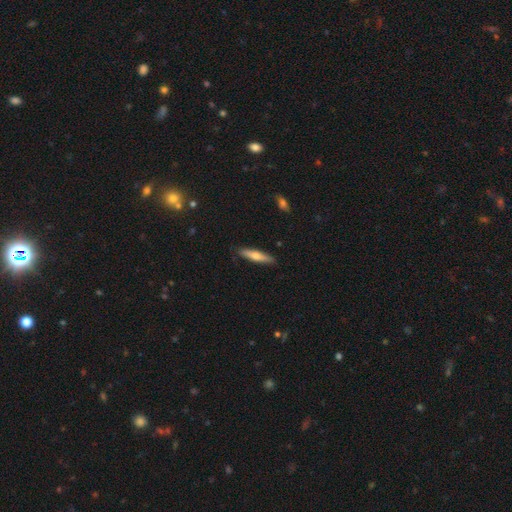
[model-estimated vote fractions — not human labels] smooth_or_featured: smooth (p=0.61) [alt: featured or disk p=0.33]
how_rounded: cigar-shaped (p=0.83) [alt: in between p=0.15]
merging: none (p=0.88) [alt: minor disturbance p=0.09]